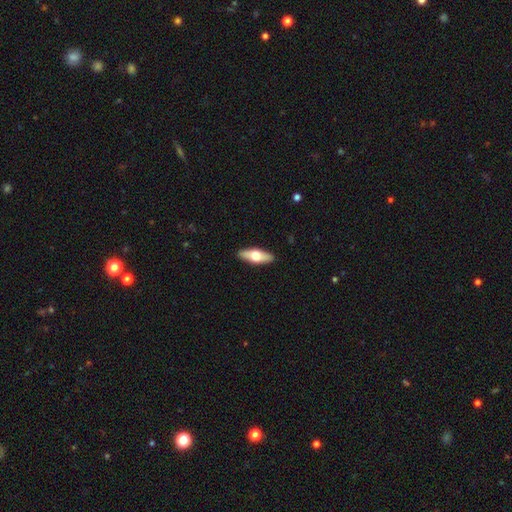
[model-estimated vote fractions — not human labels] A smooth galaxy with no disk features (54%) that is in between round and cigar-shaped (63%).

Vote fractions:
- Smooth or featured? smooth: 54% / featured or disk: 41% / star or artifact: 5%
- How rounded? in between: 63% / cigar-shaped: 34% / round: 3%
- Merging? none: 90% / minor disturbance: 7% / major disturbance: 2% / merger: 1%